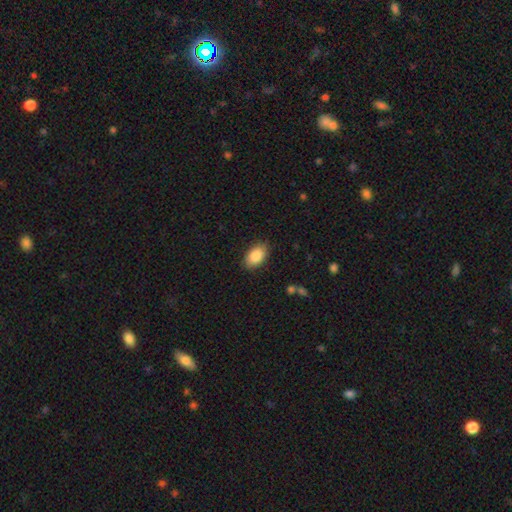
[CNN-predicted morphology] A smooth galaxy with no disk features (88%) that is in between round and cigar-shaped (92%).

Vote fractions:
- Smooth or featured? smooth: 88% / star or artifact: 7% / featured or disk: 5%
- How rounded? in between: 92% / round: 6% / cigar-shaped: 1%
- Merging? none: 86% / minor disturbance: 10% / major disturbance: 2% / merger: 1%